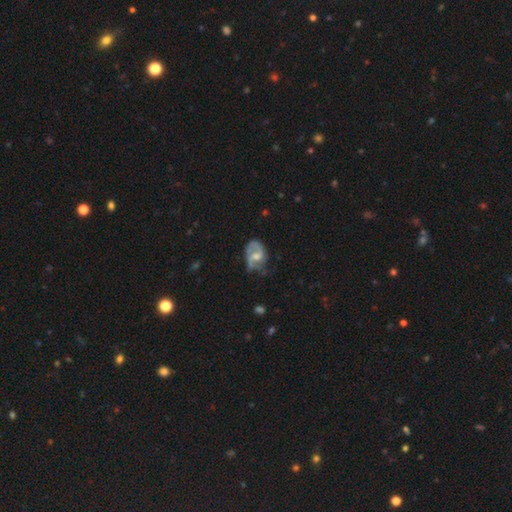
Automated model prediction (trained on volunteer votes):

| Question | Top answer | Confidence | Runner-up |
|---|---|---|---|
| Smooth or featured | featured or disk | 69% | smooth (25%) |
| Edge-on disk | no | 97% | yes (3%) |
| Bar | no | 51% | weak (40%) |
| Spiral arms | yes | 82% | no (18%) |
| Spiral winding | medium | 45% | loose (31%) |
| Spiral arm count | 2 | 64% | can't tell (15%) |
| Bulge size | moderate | 60% | small (25%) |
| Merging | none | 43% | minor disturbance (31%) |